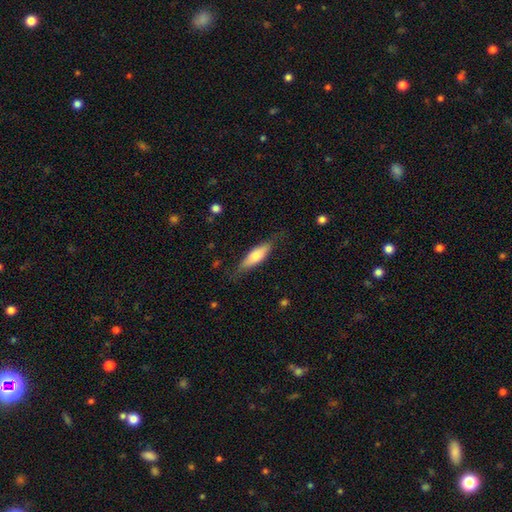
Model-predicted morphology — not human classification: A smooth galaxy with no disk features (66%) that is cigar-shaped (49%, tied with in between). Merging: none (77%).